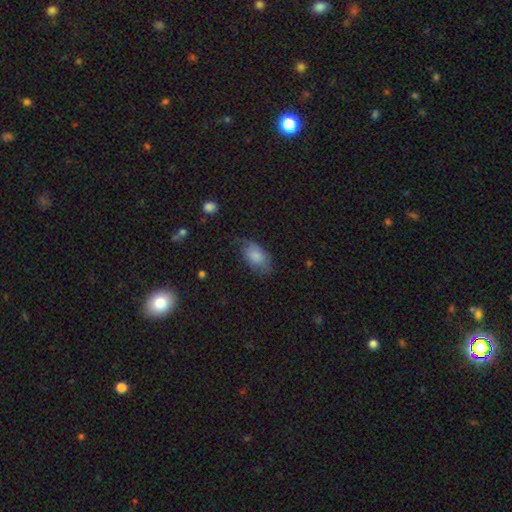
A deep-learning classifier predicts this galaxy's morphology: smooth_or_featured: smooth (p=0.76) [alt: featured or disk p=0.17]
how_rounded: in between (p=0.93) [alt: round p=0.05]
merging: none (p=0.57) [alt: minor disturbance p=0.30]